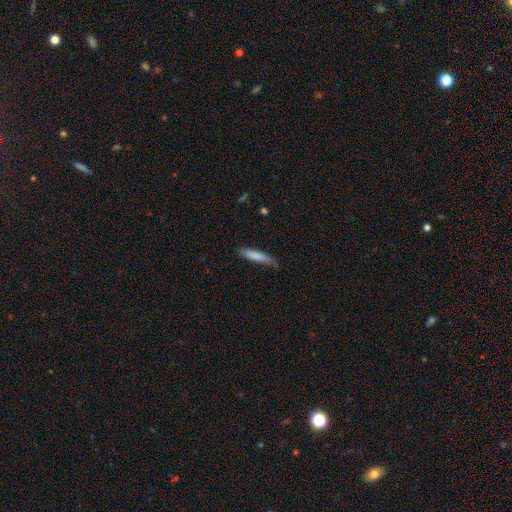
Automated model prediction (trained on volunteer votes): A smooth galaxy with no disk features (79%) that is cigar-shaped (86%).

Vote fractions:
- Smooth or featured? smooth: 79% / featured or disk: 15% / star or artifact: 6%
- How rounded? cigar-shaped: 86% / in between: 12% / round: 1%
- Merging? none: 70% / minor disturbance: 24% / major disturbance: 4% / merger: 2%